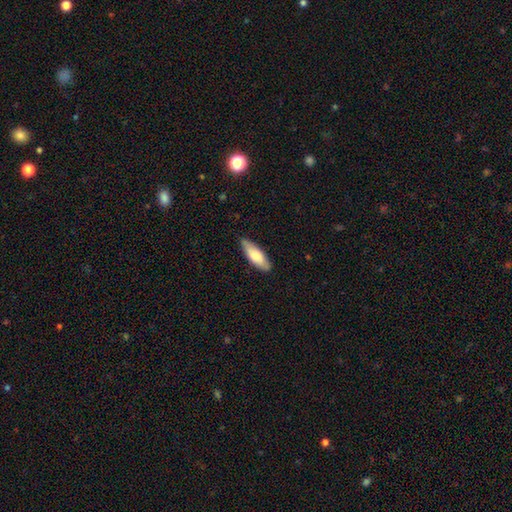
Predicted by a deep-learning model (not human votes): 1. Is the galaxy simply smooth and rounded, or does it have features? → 74% smooth, 21% featured or disk, 5% star or artifact.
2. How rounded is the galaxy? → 62% in between, 36% cigar-shaped, 2% round.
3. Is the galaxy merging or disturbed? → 83% none, 14% minor disturbance, 2% major disturbance, 1% merger.